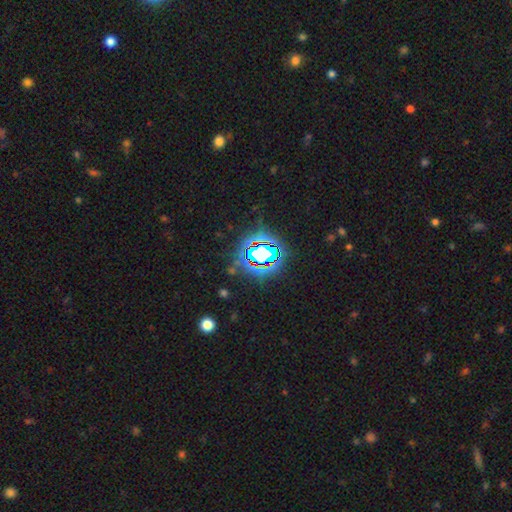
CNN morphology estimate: smooth_or_featured: star or artifact (p=0.81) [alt: smooth p=0.11]